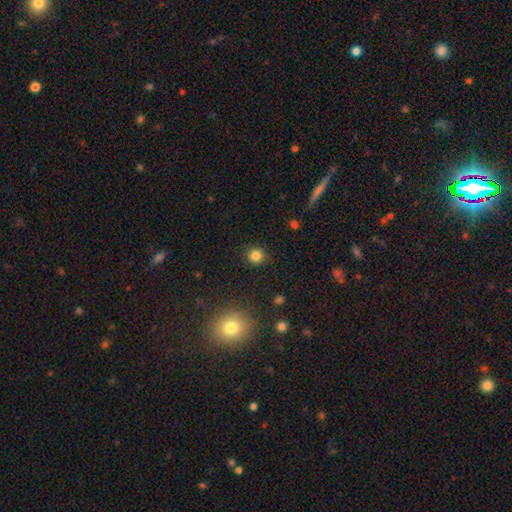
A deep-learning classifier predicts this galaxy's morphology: type=smooth (83%); roundness=round (91%); merging=none (89%).